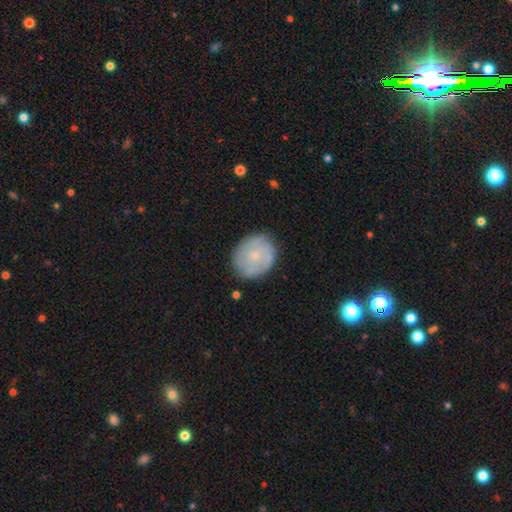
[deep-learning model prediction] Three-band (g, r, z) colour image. It shows a smooth galaxy with no disk features (50%). Merging: none (78%).